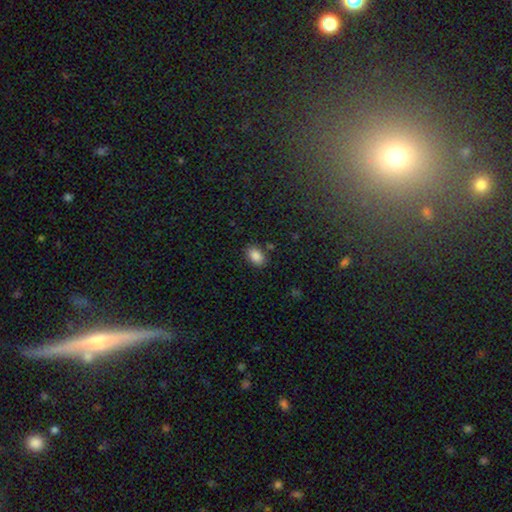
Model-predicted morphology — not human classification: smooth 87%, star or artifact 9%, featured or disk 4%. Down the decision tree: how rounded — in between (86%); merging — none (83%).